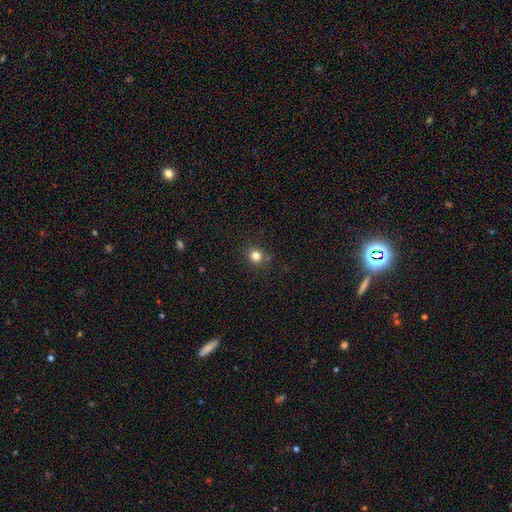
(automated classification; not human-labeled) Overall: smooth (80%). How rounded: round (89%). Merging: none (86%).